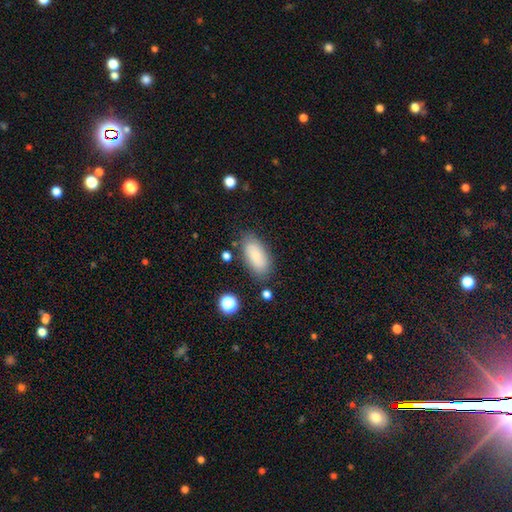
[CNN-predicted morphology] This appears to be a smooth galaxy with no disk features (82%) that is in between round and cigar-shaped (90%). Merging: none (77%).